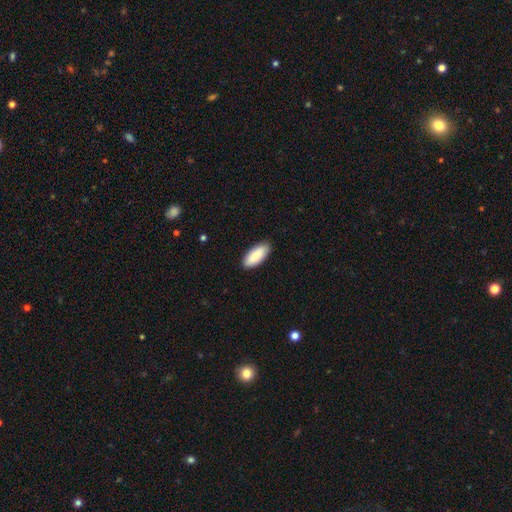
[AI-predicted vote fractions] smooth-or-featured: smooth: 87% | featured or disk: 7% | star or artifact: 5%
  how-rounded: in between: 83% | cigar-shaped: 16% | round: 2%
  merging: none: 89% | minor disturbance: 8% | major disturbance: 2% | merger: 1%